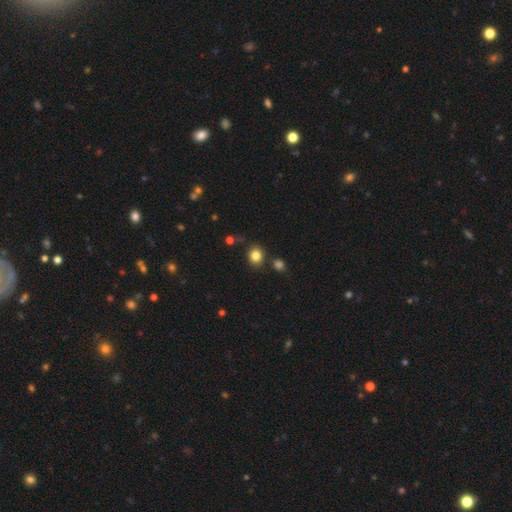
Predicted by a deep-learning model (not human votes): smooth_or_featured: smooth (p=0.82) [alt: star or artifact p=0.12]
how_rounded: round (p=0.73) [alt: in between p=0.26]
merging: none (p=0.79) [alt: minor disturbance p=0.12]